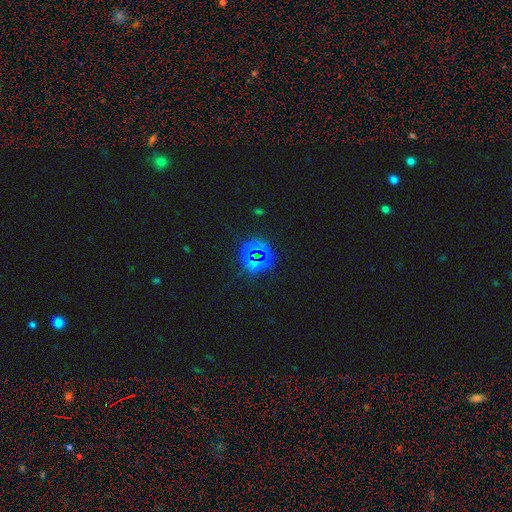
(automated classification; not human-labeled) smooth-or-featured: star or artifact: 71% | smooth: 20% | featured or disk: 9%